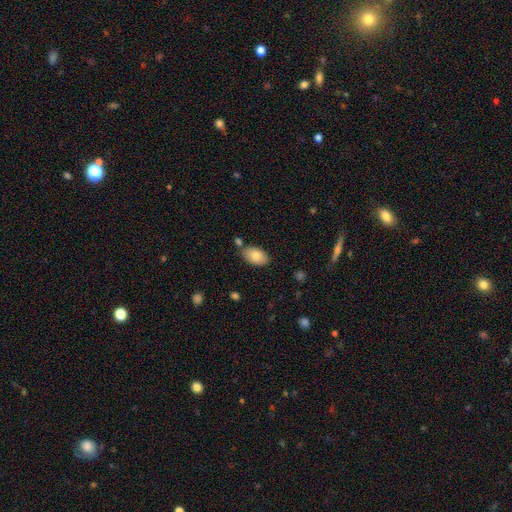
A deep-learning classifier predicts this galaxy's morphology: Q: Smooth or featured?
A: smooth (81%); runner-up: featured or disk (12%)
Q: How rounded?
A: in between (93%); runner-up: round (6%)
Q: Merging?
A: none (75%); runner-up: minor disturbance (15%)